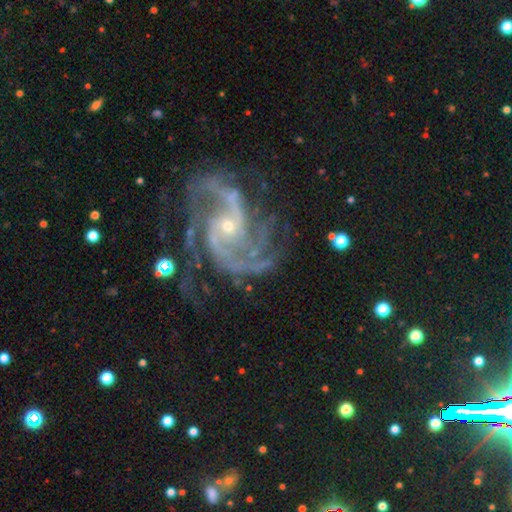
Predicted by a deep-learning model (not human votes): smooth_or_featured: featured or disk (p=0.93) [alt: star or artifact p=0.05]
disk_edge_on: no (p=0.98) [alt: yes p=0.02]
bar: no (p=0.60) [alt: weak p=0.28]
has_spiral_arms: yes (p=0.99) [alt: no p=0.01]
spiral_winding: medium (p=0.58) [alt: tight p=0.26]
spiral_arm_count: 2 (p=0.55) [alt: 3 p=0.19]
bulge_size: small (p=0.77) [alt: moderate p=0.19]
merging: none (p=0.64) [alt: minor disturbance p=0.18]